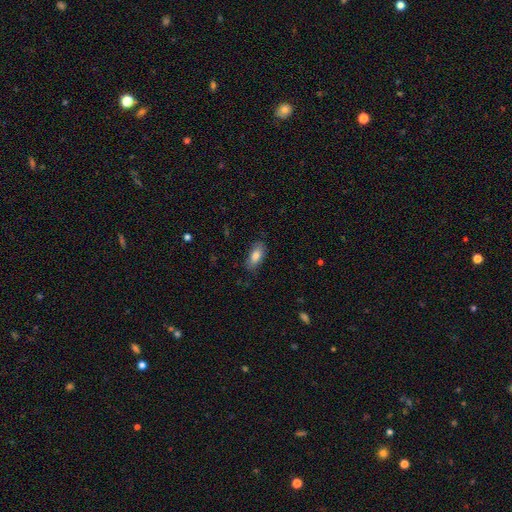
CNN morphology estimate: Smooth or featured? Predicted: smooth (p=0.82). How rounded? Predicted: in between (p=0.86). Merging? Predicted: none (p=0.81).